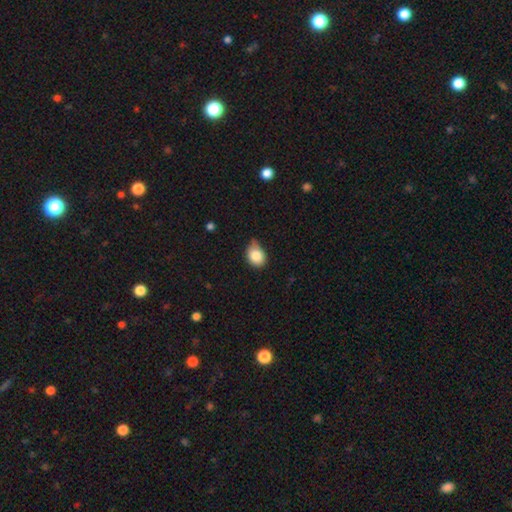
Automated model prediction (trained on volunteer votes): This appears to be a smooth galaxy with no disk features (84%) that is in between round and cigar-shaped (57%). Merging: none (47%).